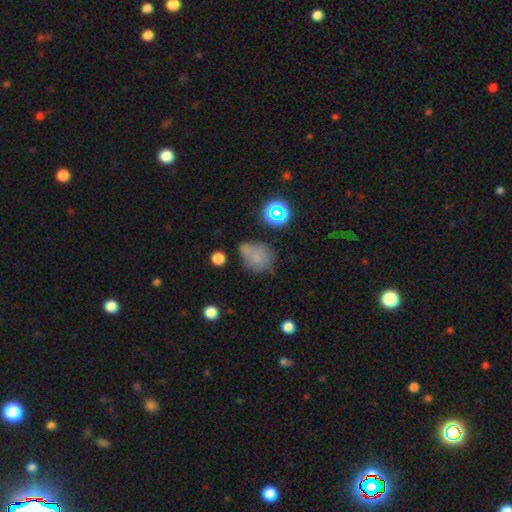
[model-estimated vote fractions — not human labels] Smooth or featured? smooth (70%)
How rounded? round (58%)
Merging? none (49%)